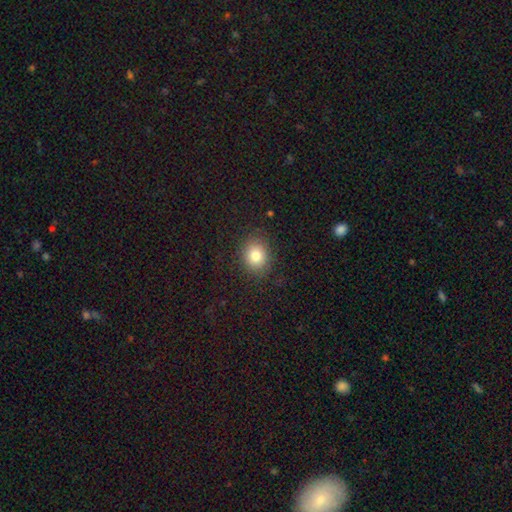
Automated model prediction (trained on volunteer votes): smooth_or_featured: smooth (p=0.80) [alt: star or artifact p=0.11]
how_rounded: round (p=0.64) [alt: in between p=0.35]
merging: none (p=0.87) [alt: minor disturbance p=0.09]